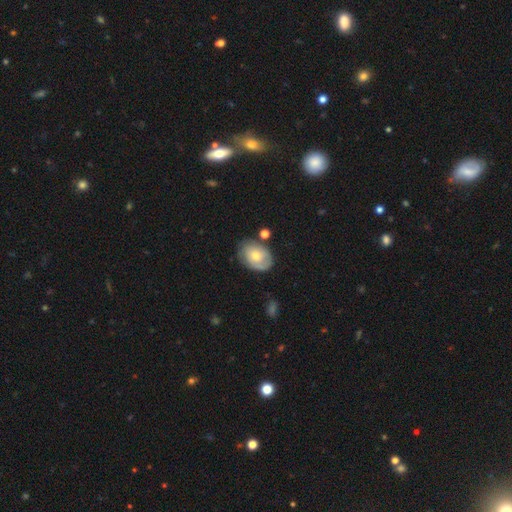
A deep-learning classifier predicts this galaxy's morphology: Smooth or featured: smooth — 55% (featured or disk — 38%)
How rounded: in between — 72% (round — 27%)
Merging: none — 67% (minor disturbance — 22%)